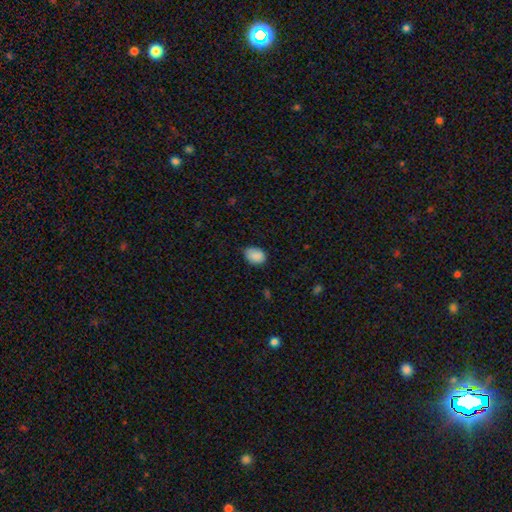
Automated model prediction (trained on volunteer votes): smooth_or_featured: smooth (p=0.89) [alt: star or artifact p=0.08]
how_rounded: in between (p=0.72) [alt: round p=0.27]
merging: none (p=0.72) [alt: minor disturbance p=0.23]